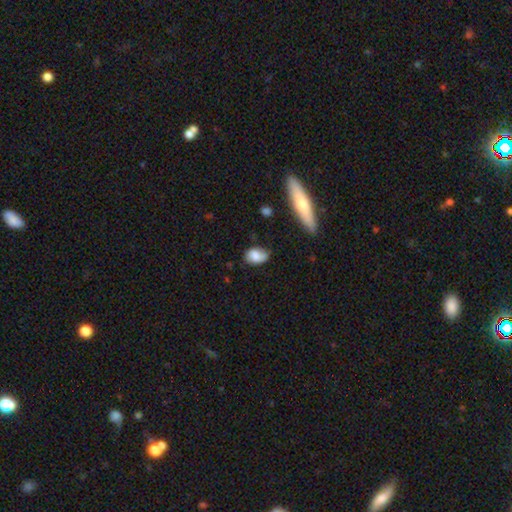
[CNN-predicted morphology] smooth_or_featured: smooth (p=0.64) [alt: featured or disk p=0.28]
how_rounded: in between (p=0.79) [alt: round p=0.19]
merging: none (p=0.60) [alt: minor disturbance p=0.30]